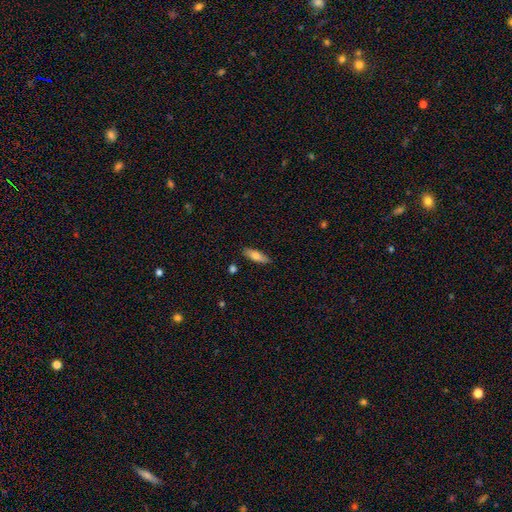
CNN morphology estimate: Smooth or featured: smooth — 72% (featured or disk — 21%)
How rounded: in between — 59% (cigar-shaped — 39%)
Merging: none — 86% (minor disturbance — 11%)